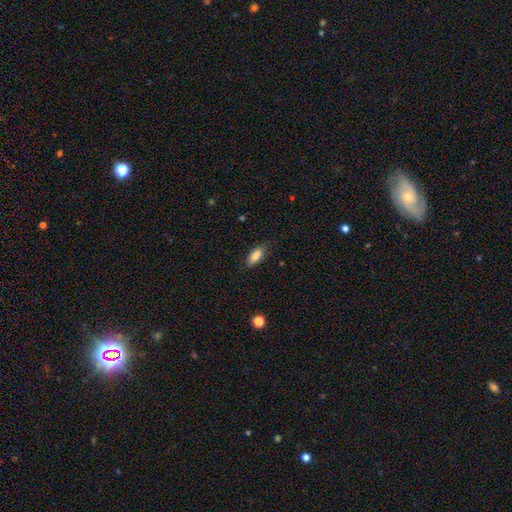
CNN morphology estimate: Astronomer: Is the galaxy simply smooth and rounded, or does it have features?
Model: smooth — 83%.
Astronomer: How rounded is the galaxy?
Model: in between — 78%.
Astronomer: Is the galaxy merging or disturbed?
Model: none — 82%.